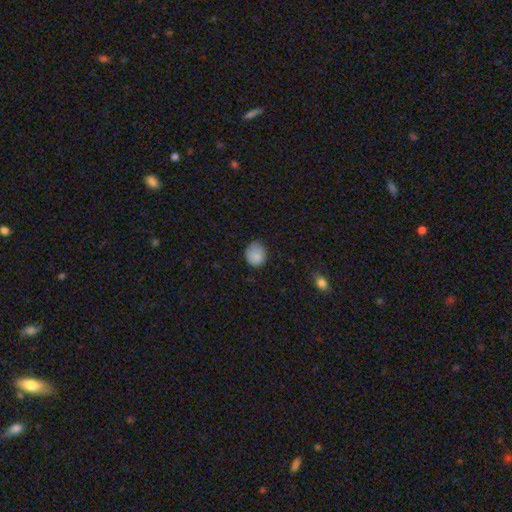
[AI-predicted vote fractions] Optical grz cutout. It shows a smooth galaxy with no disk features (82%) that is round (67%). Merging: none (62%).